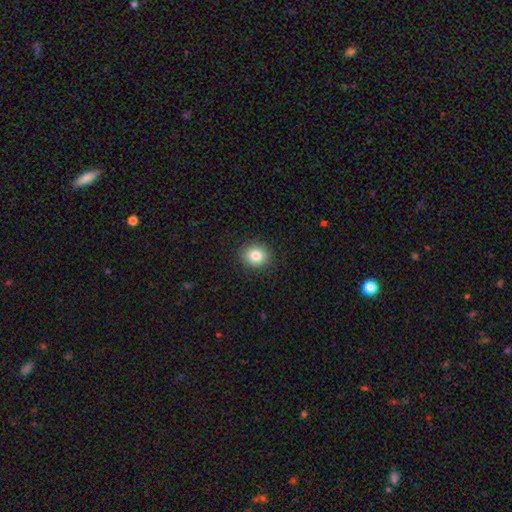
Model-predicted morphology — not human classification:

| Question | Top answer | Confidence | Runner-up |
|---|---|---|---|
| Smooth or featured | smooth | 83% | star or artifact (10%) |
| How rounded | round | 76% | in between (23%) |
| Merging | none | 90% | minor disturbance (7%) |